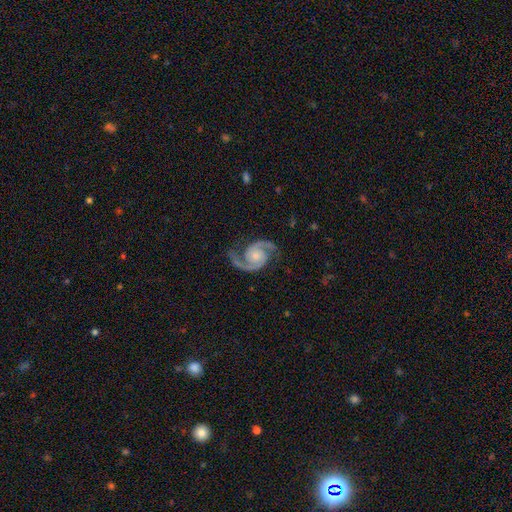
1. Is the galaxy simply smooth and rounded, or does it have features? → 95% featured or disk, 5% smooth, 0% star or artifact.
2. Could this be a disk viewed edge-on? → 97% no, 3% yes.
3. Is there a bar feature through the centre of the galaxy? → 89% no, 9% weak, 3% strong.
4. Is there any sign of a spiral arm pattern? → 100% yes, 0% no.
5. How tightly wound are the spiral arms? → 71% medium, 17% loose, 11% tight.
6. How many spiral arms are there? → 100% 2, 0% 1, 0% 3, 0% 4, 0% more than 4, 0% can't tell.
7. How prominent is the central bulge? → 43% moderate (tied), 43% small (tied), 6% large, 6% none, 3% dominant.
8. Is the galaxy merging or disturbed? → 76% none, 18% minor disturbance, 5% major disturbance, 0% merger.